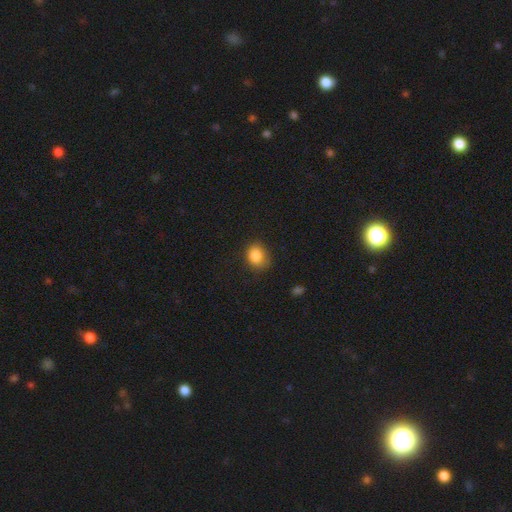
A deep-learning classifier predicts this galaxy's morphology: This appears to be a smooth galaxy with no disk features (85%) that is round (56%). Merging: none (71%).